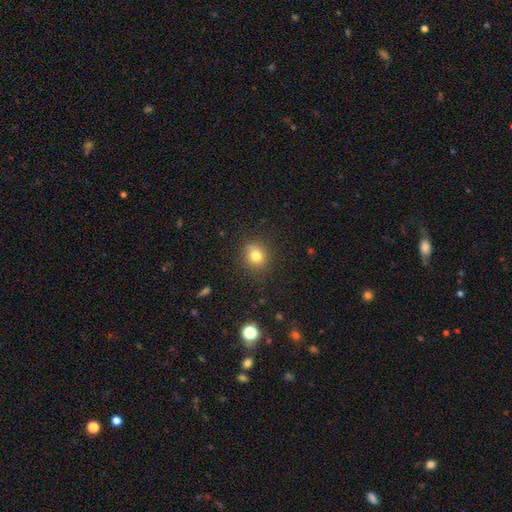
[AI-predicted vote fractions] Smooth or featured: smooth — 79% (star or artifact — 13%)
How rounded: round — 78% (in between — 21%)
Merging: none — 85% (minor disturbance — 10%)